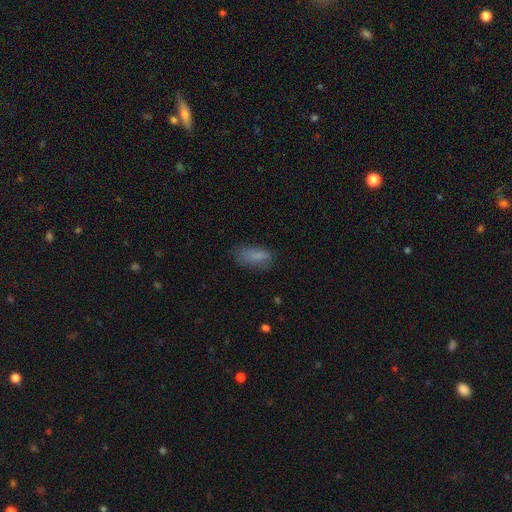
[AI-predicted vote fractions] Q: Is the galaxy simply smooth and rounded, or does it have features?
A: smooth — 78%.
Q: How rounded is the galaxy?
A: in between — 81%.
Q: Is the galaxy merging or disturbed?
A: none — 57%.